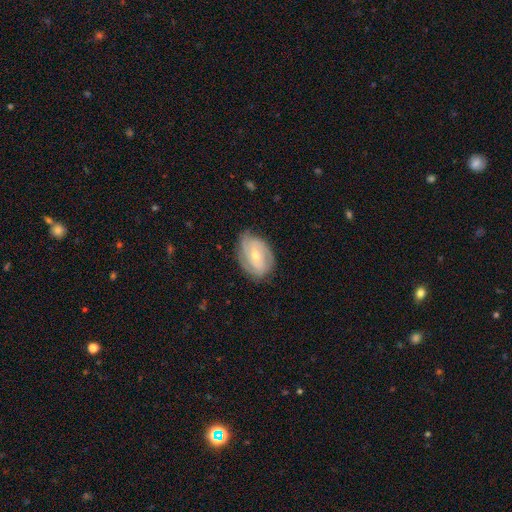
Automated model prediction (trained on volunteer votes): Overall: featured or disk (71%). Edge-on disk: no (96%). Bar: no (49%; weak 38%). Spiral arms: yes (87%). Spiral arm count: 2 (35%; can't tell 30%). Spiral winding: tight (57%; medium 33%). Bulge size: moderate (49%; small 48%). Merging: none (71%).